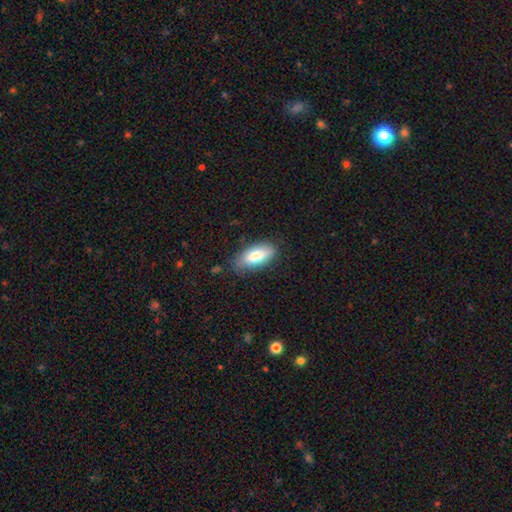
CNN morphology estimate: Smooth or featured? smooth (79%)
How rounded? in between (86%)
Merging? none (76%)